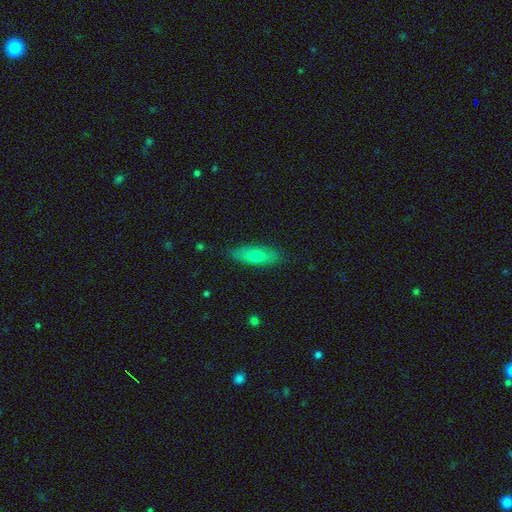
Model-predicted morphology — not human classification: A smooth galaxy with no disk features (69%) that is in between round and cigar-shaped (60%).

Vote fractions:
- Smooth or featured? smooth: 69% / featured or disk: 24% / star or artifact: 7%
- How rounded? in between: 60% / cigar-shaped: 38% / round: 3%
- Merging? none: 84% / minor disturbance: 13% / major disturbance: 2% / merger: 1%